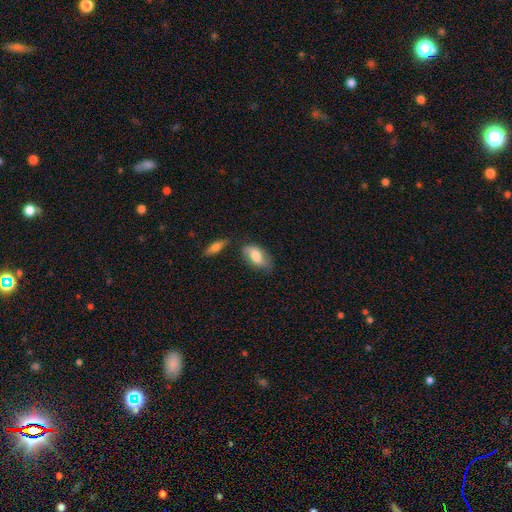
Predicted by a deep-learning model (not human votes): Morphology: type=smooth (68%); roundness=in between (91%); merging=none (63%).